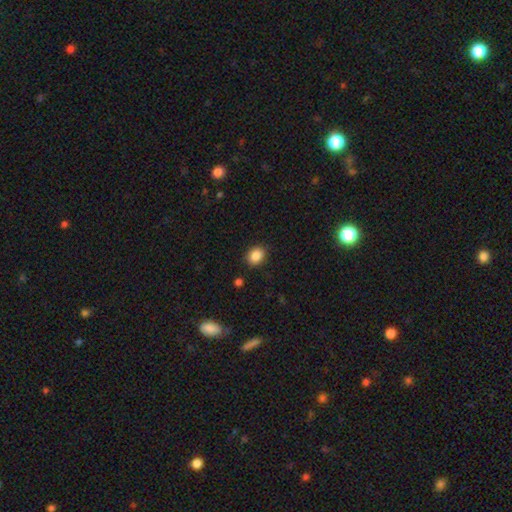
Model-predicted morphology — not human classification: The model was most divided on "how rounded": in between: 53%, round: 46%, cigar-shaped: 1%. More confident: merging — none (89%); smooth or featured — smooth (87%).